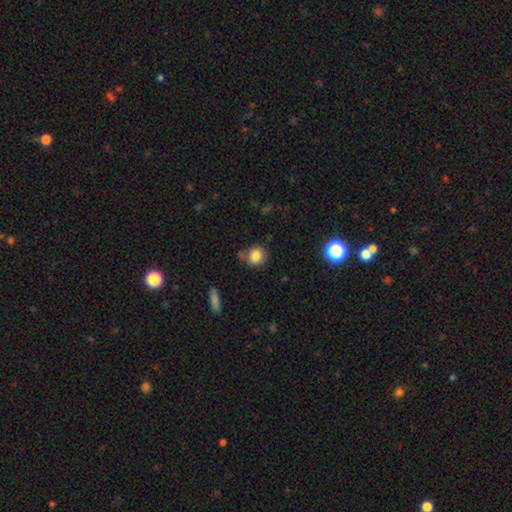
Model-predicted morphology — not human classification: Q: Smooth or featured?
A: smooth (83%); runner-up: star or artifact (10%)
Q: How rounded?
A: round (79%); runner-up: in between (20%)
Q: Merging?
A: none (67%); runner-up: minor disturbance (22%)